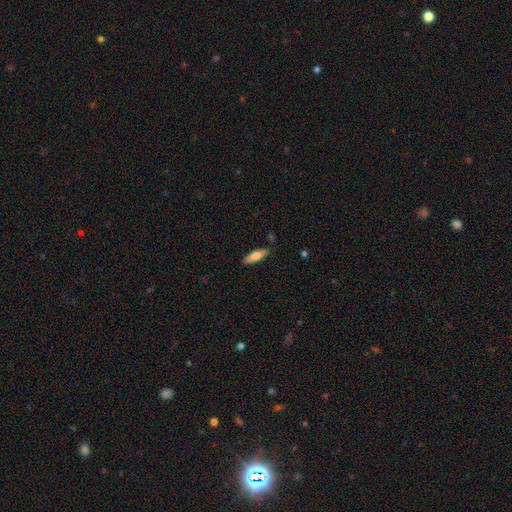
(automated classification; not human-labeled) Smooth or featured: smooth — 73% (featured or disk — 21%)
How rounded: cigar-shaped — 50% (in between — 48%)
Merging: none — 86% (minor disturbance — 10%)